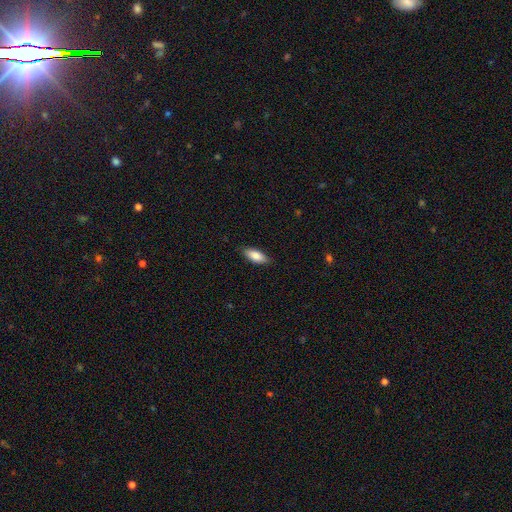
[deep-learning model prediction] The model was most divided on "how rounded": in between: 78%, cigar-shaped: 20%, round: 2%. More confident: merging — none (87%); smooth or featured — smooth (85%).